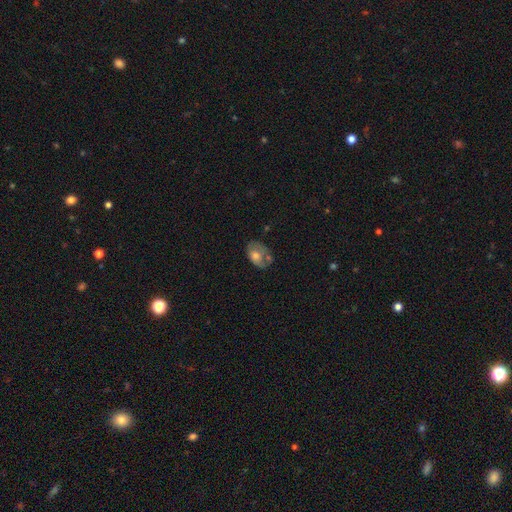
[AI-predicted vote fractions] Q: Smooth or featured?
A: smooth (56%); runner-up: featured or disk (36%)
Q: How rounded?
A: in between (82%); runner-up: round (17%)
Q: Merging?
A: none (43%); runner-up: minor disturbance (31%)